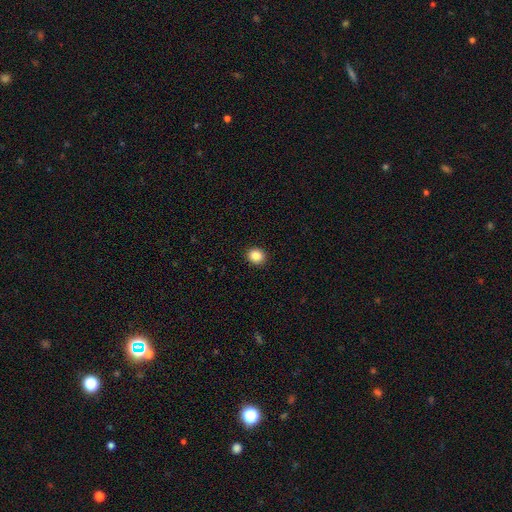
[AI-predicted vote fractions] Morphology: type=smooth (87%); roundness=round (78%); merging=none (92%).